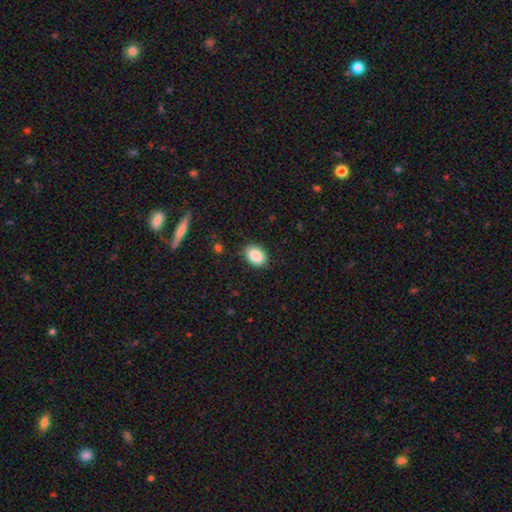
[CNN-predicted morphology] smooth_or_featured: smooth (p=0.88) [alt: star or artifact p=0.08]
how_rounded: in between (p=0.75) [alt: round p=0.24]
merging: none (p=0.85) [alt: minor disturbance p=0.11]